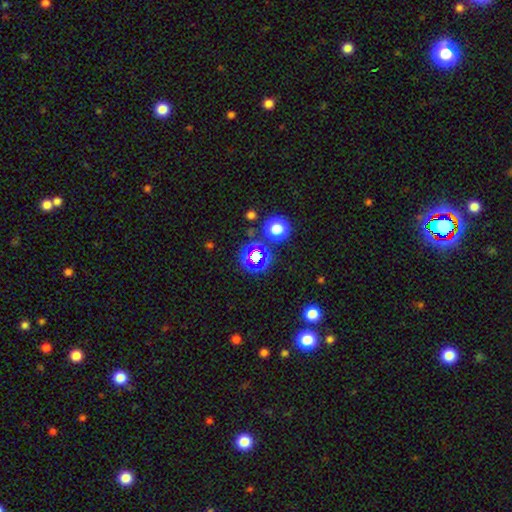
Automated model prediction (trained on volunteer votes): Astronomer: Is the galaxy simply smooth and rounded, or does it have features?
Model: star or artifact — 64%.